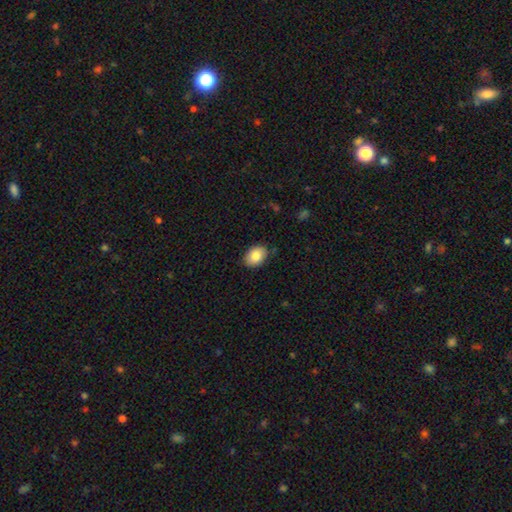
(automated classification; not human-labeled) Smooth or featured? smooth (85%)
How rounded? in between (79%)
Merging? none (84%)